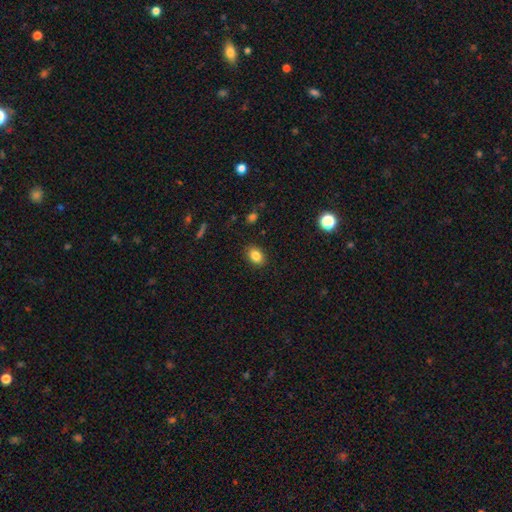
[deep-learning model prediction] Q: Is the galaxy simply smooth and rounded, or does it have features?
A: smooth — 85%.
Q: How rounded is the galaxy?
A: in between — 76%.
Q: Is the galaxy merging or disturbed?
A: none — 88%.